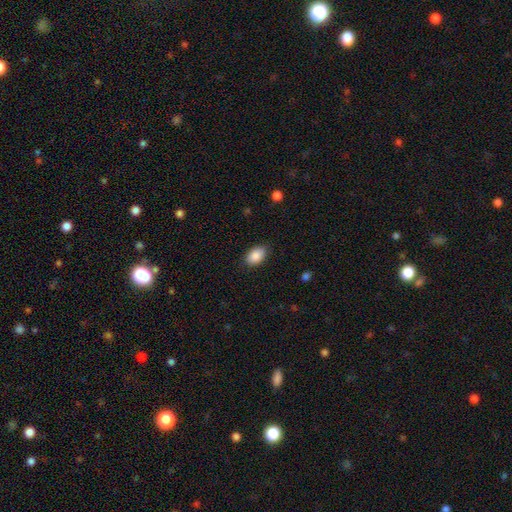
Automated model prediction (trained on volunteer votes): Smooth or featured? smooth (89%)
How rounded? in between (90%)
Merging? none (85%)